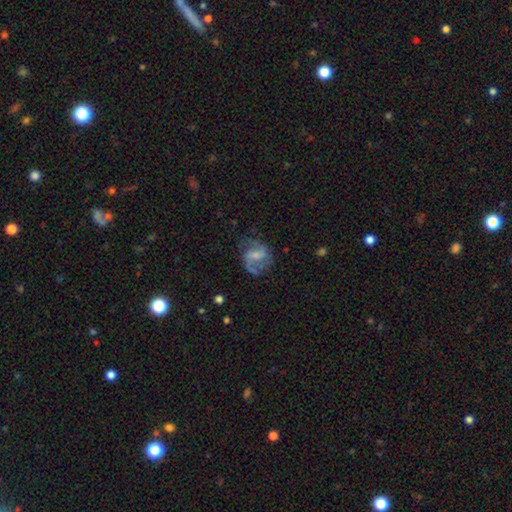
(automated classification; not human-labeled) Smooth or featured? featured or disk (81%)
Edge-on disk? no (98%)
Bar? weak (52%)
Spiral arms? yes (94%)
Spiral winding? medium (52%)
Spiral arm count? 2 (85%)
Bulge size? small (44%)
Merging? none (66%)